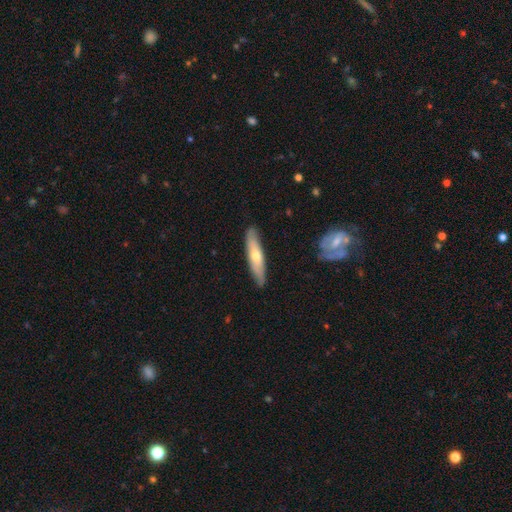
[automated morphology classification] smooth 52%, featured or disk 43%, star or artifact 5%. Down the decision tree: how rounded — cigar-shaped (79%); merging — none (86%).